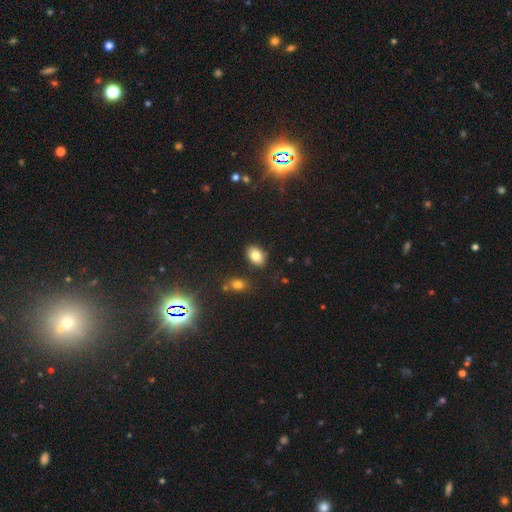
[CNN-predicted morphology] smooth_or_featured: smooth (p=0.81) [alt: featured or disk p=0.10]
how_rounded: in between (p=0.80) [alt: round p=0.19]
merging: none (p=0.84) [alt: minor disturbance p=0.10]